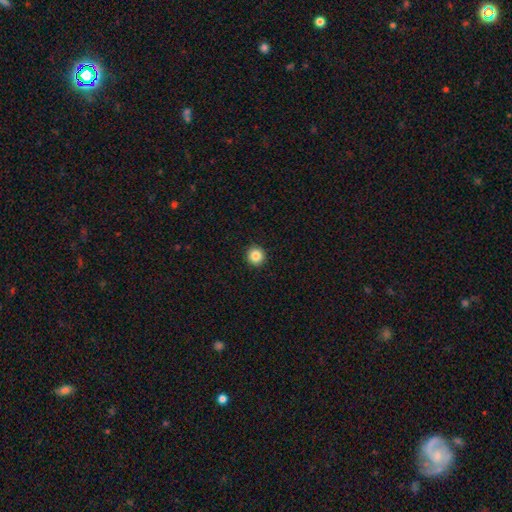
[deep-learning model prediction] This appears to be a smooth galaxy with no disk features (85%) that is round (95%). Merging: none (93%).